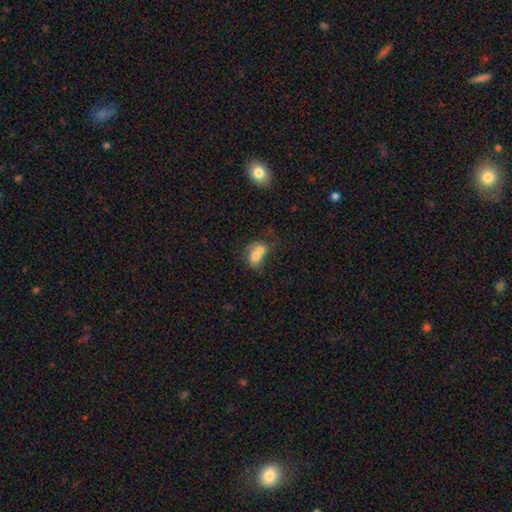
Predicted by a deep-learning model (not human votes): Smooth or featured? smooth (66%)
How rounded? in between (60%)
Merging? merger (69%)